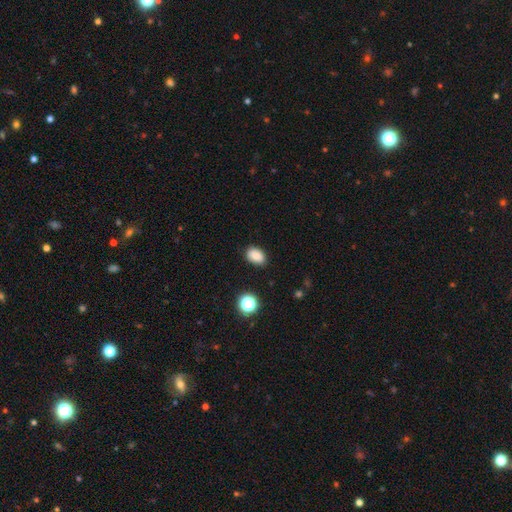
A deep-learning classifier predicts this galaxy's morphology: A smooth galaxy with no disk features (86%) that is in between round and cigar-shaped (83%).

Vote fractions:
- Smooth or featured? smooth: 86% / star or artifact: 10% / featured or disk: 4%
- How rounded? in between: 83% / round: 16% / cigar-shaped: 1%
- Merging? none: 84% / minor disturbance: 12% / major disturbance: 3% / merger: 2%